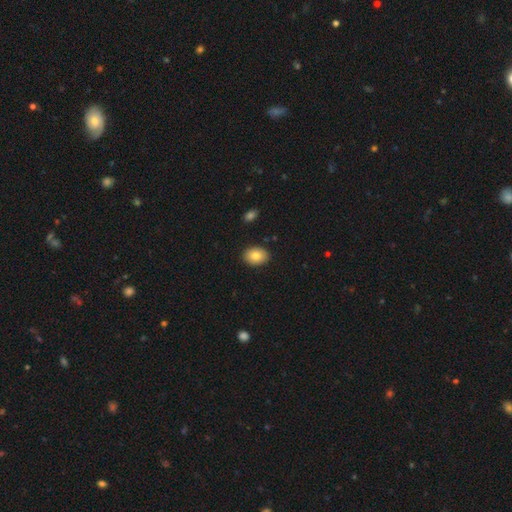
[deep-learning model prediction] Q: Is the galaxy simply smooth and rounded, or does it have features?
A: smooth — 84%.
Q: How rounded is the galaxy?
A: in between — 74%.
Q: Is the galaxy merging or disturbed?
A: none — 89%.